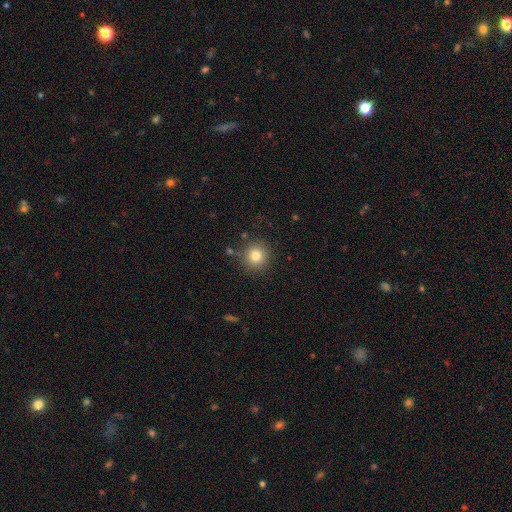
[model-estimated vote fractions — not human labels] Smooth or featured?
  - smooth: 81% *
  - star or artifact: 12%
  - featured or disk: 7%
How rounded?
  - round: 93% *
  - in between: 6%
  - cigar-shaped: 1%
Merging?
  - none: 87% *
  - minor disturbance: 8%
  - major disturbance: 3%
  - merger: 3%